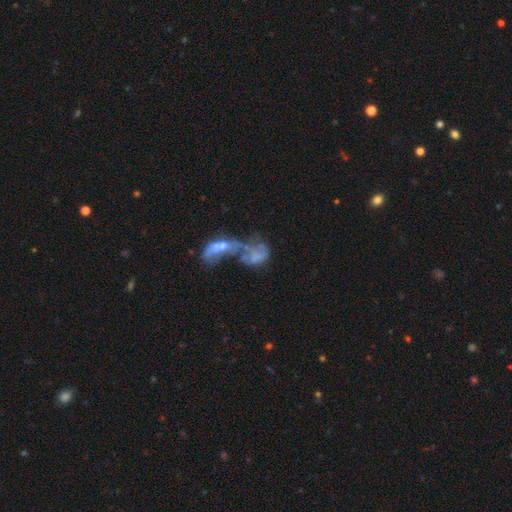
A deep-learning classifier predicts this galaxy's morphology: This appears to be a featured or disk galaxy (48%). Merging: merger (61%).